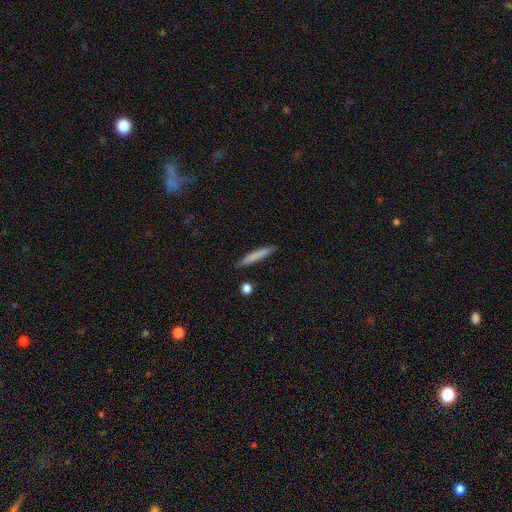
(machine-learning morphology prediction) A smooth galaxy with no disk features (78%) that is cigar-shaped (94%).

Vote fractions:
- Smooth or featured? smooth: 78% / featured or disk: 16% / star or artifact: 6%
- How rounded? cigar-shaped: 94% / in between: 4% / round: 1%
- Merging? none: 87% / minor disturbance: 9% / merger: 2% / major disturbance: 2%